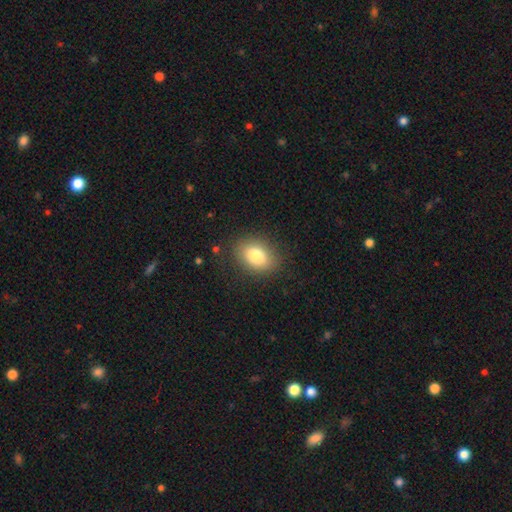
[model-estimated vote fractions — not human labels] smooth_or_featured: smooth (p=0.81) [alt: featured or disk p=0.10]
how_rounded: in between (p=0.73) [alt: round p=0.26]
merging: none (p=0.84) [alt: minor disturbance p=0.11]